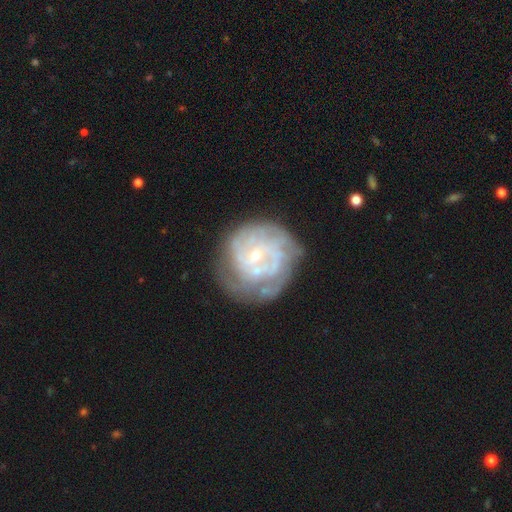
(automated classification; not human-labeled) featured or disk 78%, smooth 14%, star or artifact 8%. Down the decision tree: edge-on disk — no (98%); bar — no (58%); spiral arms — yes (86%); spiral arm count — can't tell (36%); spiral winding — tight (59%); bulge size — small (74%); merging — none (59%).